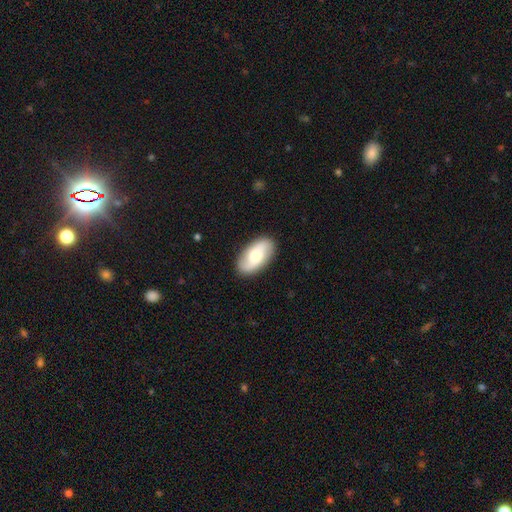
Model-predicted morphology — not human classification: Smooth or featured? Predicted: smooth (p=0.48). Merging? Predicted: none (p=0.87).